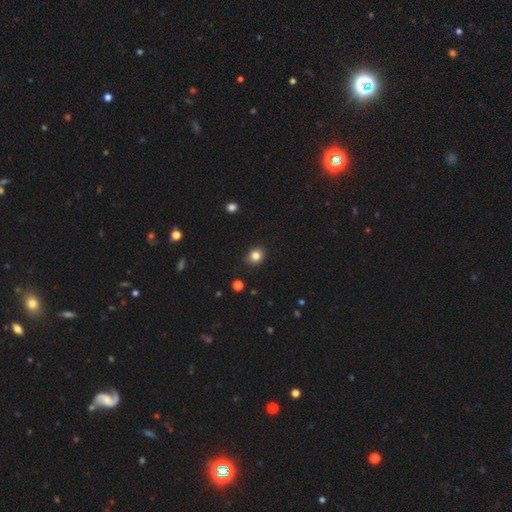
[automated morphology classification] This is clearly a smooth galaxy (83%). How rounded: likely round (74%). Merging: clearly none (88%).